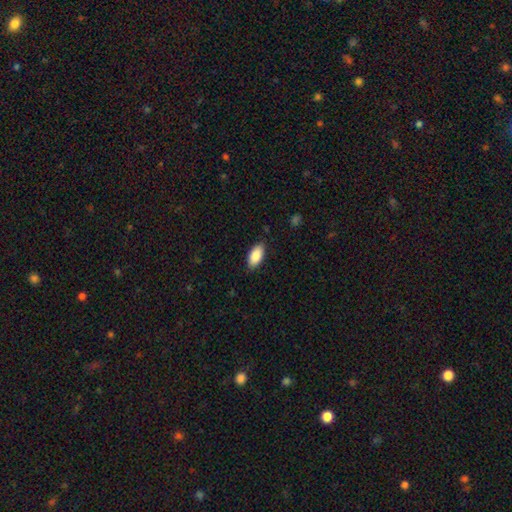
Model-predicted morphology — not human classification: The model was most divided on "merging": none: 85%, minor disturbance: 12%, major disturbance: 2%, merger: 1%. More confident: how rounded — in between (92%); smooth or featured — smooth (88%).